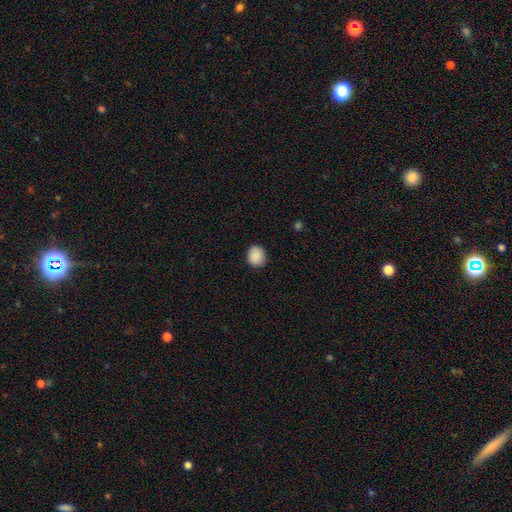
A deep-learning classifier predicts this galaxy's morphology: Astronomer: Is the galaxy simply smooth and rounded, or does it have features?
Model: smooth — 89%.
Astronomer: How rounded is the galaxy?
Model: round — 78%.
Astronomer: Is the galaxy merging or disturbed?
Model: none — 87%.